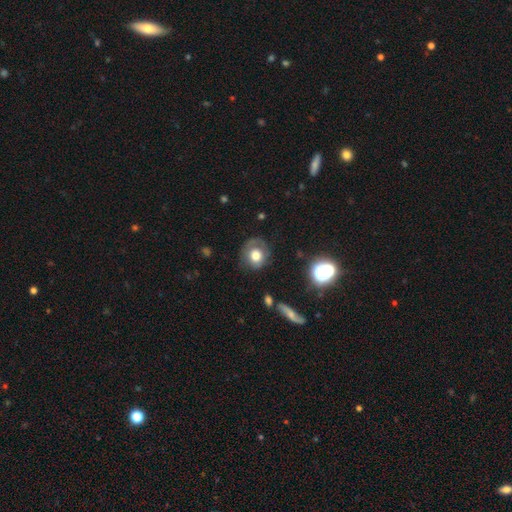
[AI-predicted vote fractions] Morphology: type=smooth (66%); roundness=round (78%); merging=none (67%).